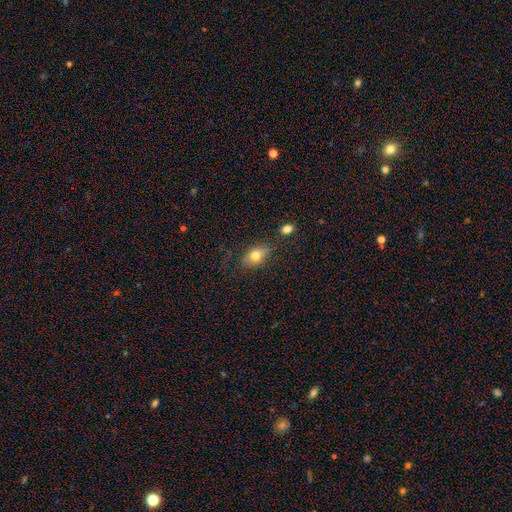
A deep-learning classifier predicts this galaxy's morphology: smooth 77%, featured or disk 13%, star or artifact 10%. Down the decision tree: how rounded — in between (77%); merging — none (71%).